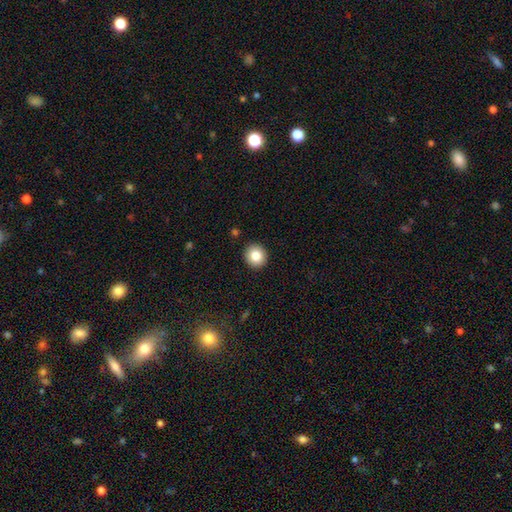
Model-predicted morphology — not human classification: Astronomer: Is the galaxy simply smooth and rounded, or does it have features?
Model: smooth — 83%.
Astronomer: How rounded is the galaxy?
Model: round — 87%.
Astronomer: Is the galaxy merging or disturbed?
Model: none — 92%.